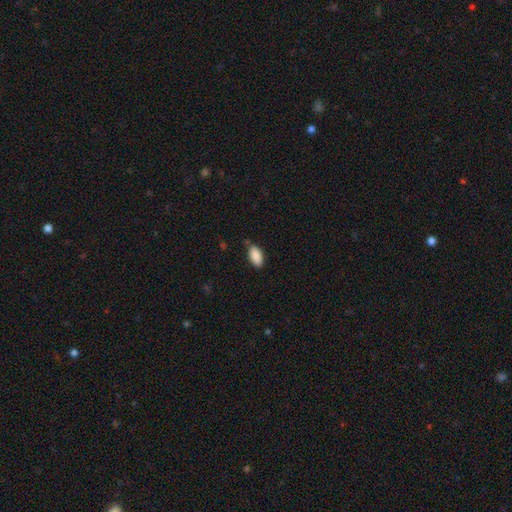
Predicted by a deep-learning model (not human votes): Smooth or featured: smooth — 89% (star or artifact — 7%)
How rounded: in between — 93% (cigar-shaped — 4%)
Merging: none — 78% (minor disturbance — 16%)